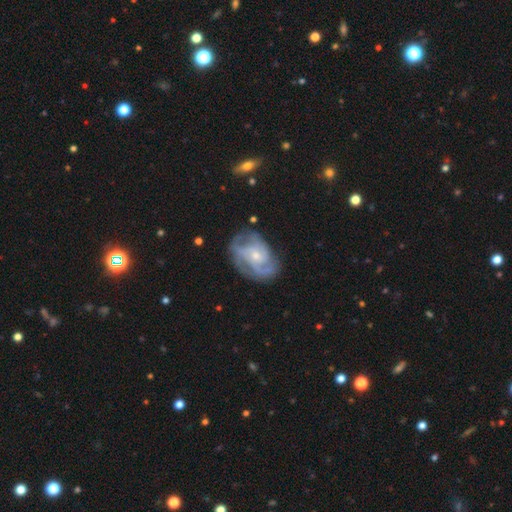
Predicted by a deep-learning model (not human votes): Morphology: type=featured or disk (84%); edge-on=no (97%); bar=no (68%); spiral arms=yes (94%); winding=medium (45%); arm count=3 (35%); bulge=small (65%); merging=none (65%).